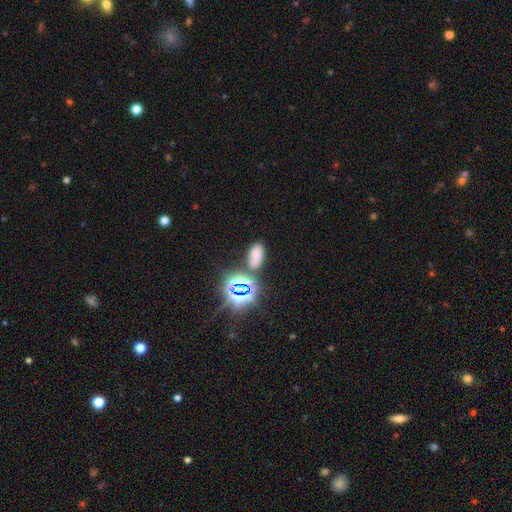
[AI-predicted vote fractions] This appears to be a smooth galaxy with no disk features (53%) that is in between round and cigar-shaped (91%). Merging: none (60%).